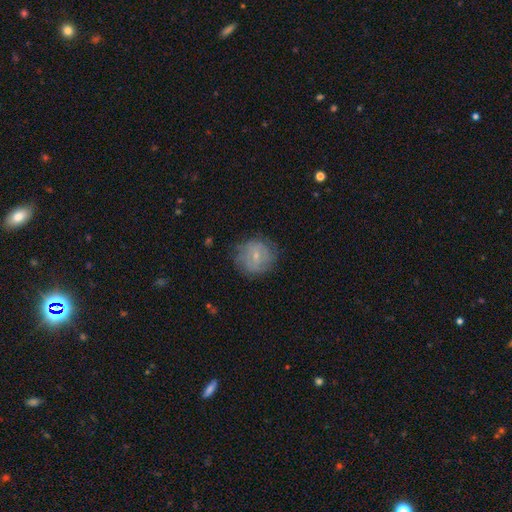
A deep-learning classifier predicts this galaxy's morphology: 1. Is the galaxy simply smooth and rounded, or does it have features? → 48% featured or disk, 44% smooth, 8% star or artifact.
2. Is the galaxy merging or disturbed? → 74% none, 17% minor disturbance, 7% major disturbance, 1% merger.